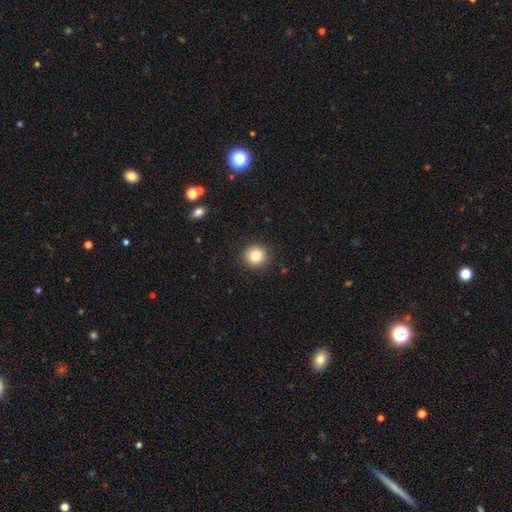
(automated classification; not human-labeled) smooth_or_featured: smooth (p=0.83) [alt: star or artifact p=0.10]
how_rounded: round (p=0.92) [alt: in between p=0.07]
merging: none (p=0.91) [alt: minor disturbance p=0.06]